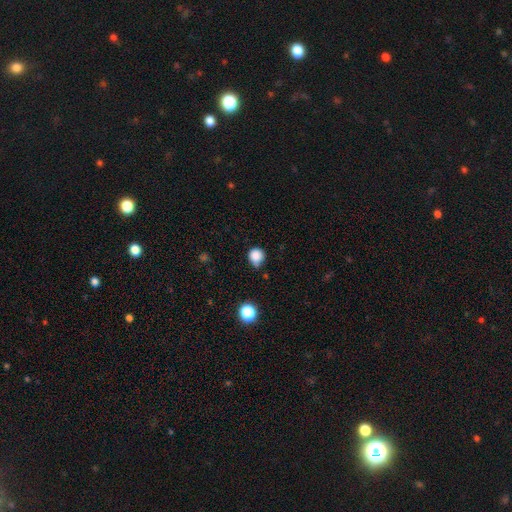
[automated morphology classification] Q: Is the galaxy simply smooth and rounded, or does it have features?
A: smooth — 85%.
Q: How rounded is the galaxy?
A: round — 87%.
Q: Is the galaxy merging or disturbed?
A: none — 58%.